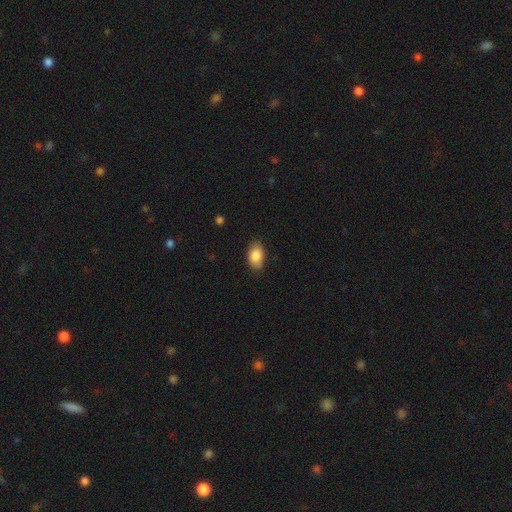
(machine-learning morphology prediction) smooth 85%, featured or disk 8%, star or artifact 7%. Down the decision tree: how rounded — in between (89%); merging — none (80%).